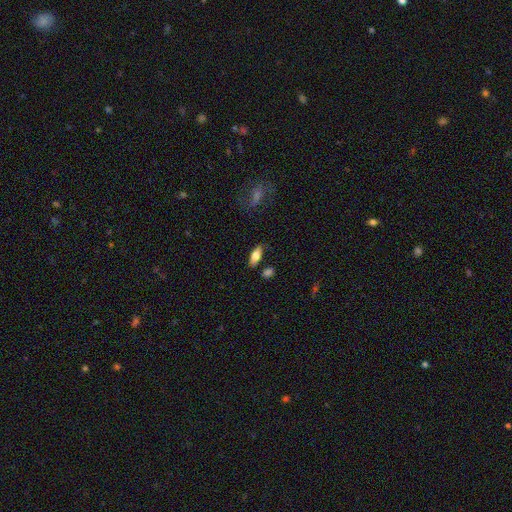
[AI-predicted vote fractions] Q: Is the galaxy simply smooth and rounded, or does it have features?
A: smooth — 76%.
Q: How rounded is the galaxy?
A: in between — 82%.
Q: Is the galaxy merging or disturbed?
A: none — 80%.